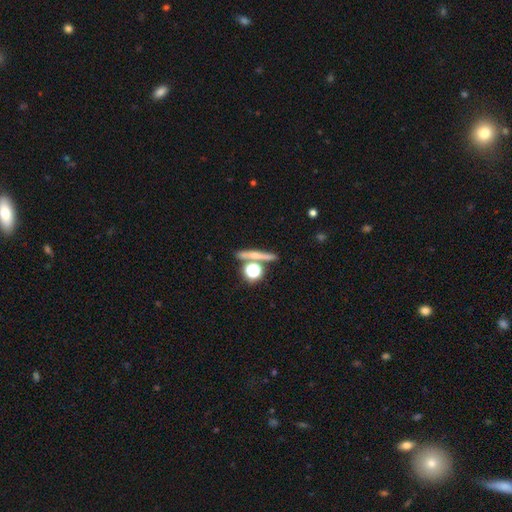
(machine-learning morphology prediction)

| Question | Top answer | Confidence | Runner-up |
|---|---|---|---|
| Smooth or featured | smooth | 50% | featured or disk (32%) |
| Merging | none | 71% | merger (16%) |